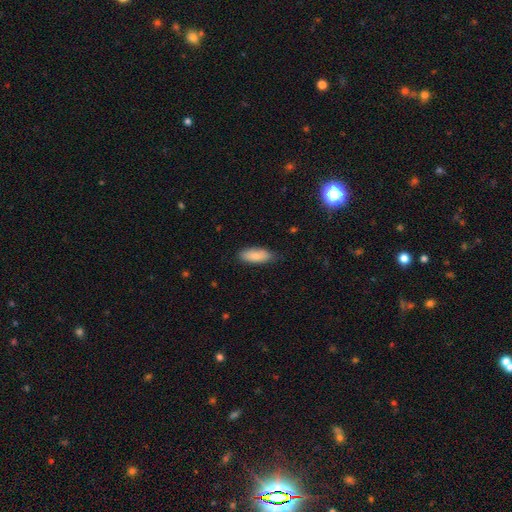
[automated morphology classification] Q: Smooth or featured?
A: smooth (86%); runner-up: featured or disk (8%)
Q: How rounded?
A: in between (79%); runner-up: cigar-shaped (19%)
Q: Merging?
A: none (82%); runner-up: minor disturbance (15%)